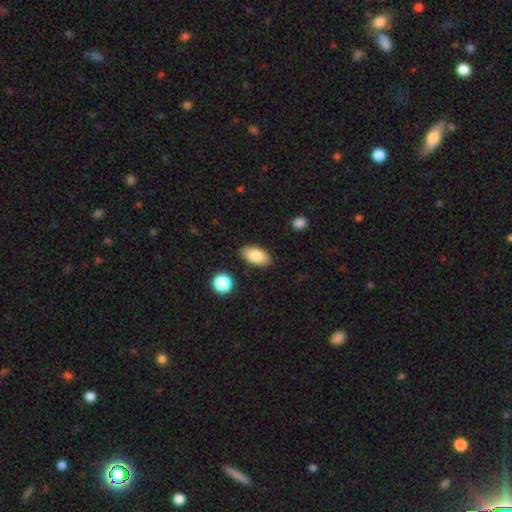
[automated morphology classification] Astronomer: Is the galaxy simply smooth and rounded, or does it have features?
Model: smooth — 83%.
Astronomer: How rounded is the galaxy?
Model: in between — 93%.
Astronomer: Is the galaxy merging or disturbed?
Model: none — 88%.